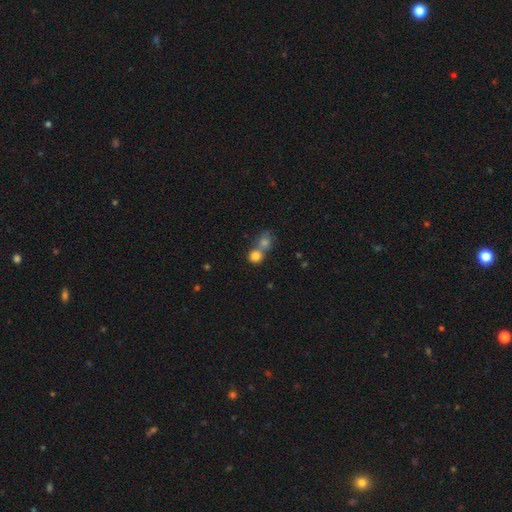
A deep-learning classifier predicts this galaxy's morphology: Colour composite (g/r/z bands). It shows a smooth galaxy with no disk features (80%) that is round (86%). Merging: merger (49%).